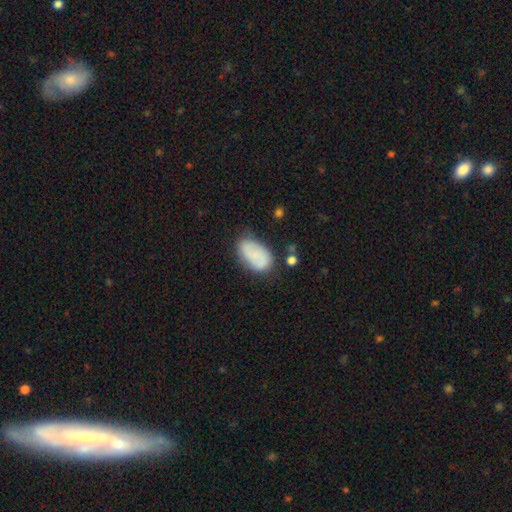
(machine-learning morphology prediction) Smooth or featured: smooth — 71% (featured or disk — 21%)
How rounded: in between — 92% (round — 6%)
Merging: none — 60% (minor disturbance — 27%)